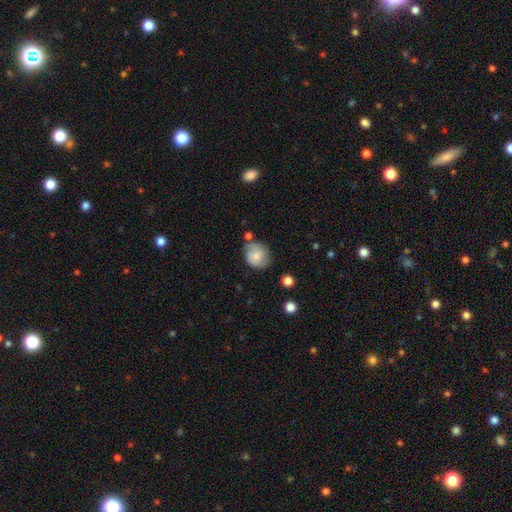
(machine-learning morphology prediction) A smooth galaxy with no disk features (64%) that is round (71%). Merging: none (60%).